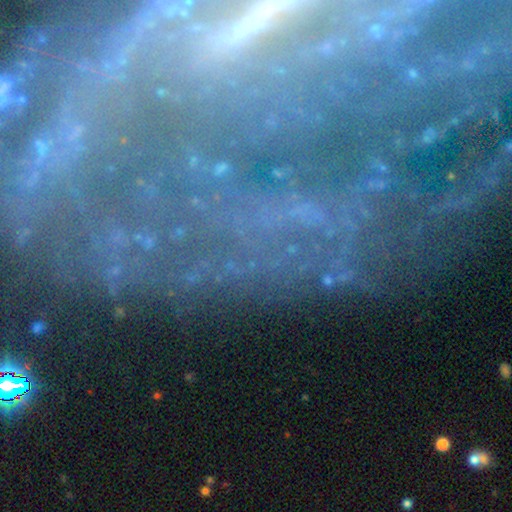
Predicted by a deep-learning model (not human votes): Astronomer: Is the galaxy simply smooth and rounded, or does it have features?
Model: featured or disk — 65%.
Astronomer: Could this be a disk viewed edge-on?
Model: no — 85%.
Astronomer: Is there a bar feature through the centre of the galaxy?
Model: strong — 41% (runner-up: no, 33%).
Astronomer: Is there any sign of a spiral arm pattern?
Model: yes — 80%.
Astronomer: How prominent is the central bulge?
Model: small — 48% (runner-up: moderate, 29%).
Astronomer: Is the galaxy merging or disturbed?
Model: none — 67%.